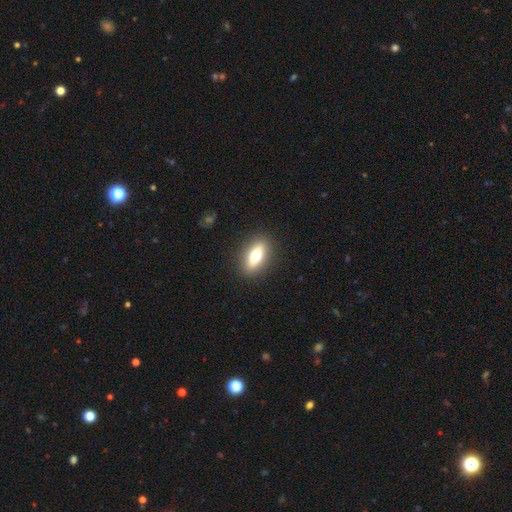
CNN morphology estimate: type=smooth (66%); roundness=in between (74%); merging=none (89%).